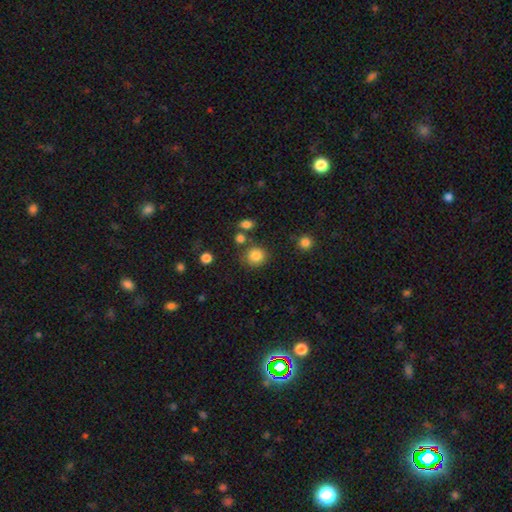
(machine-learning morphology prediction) Overall: smooth (84%). How rounded: round (86%). Merging: none (78%).